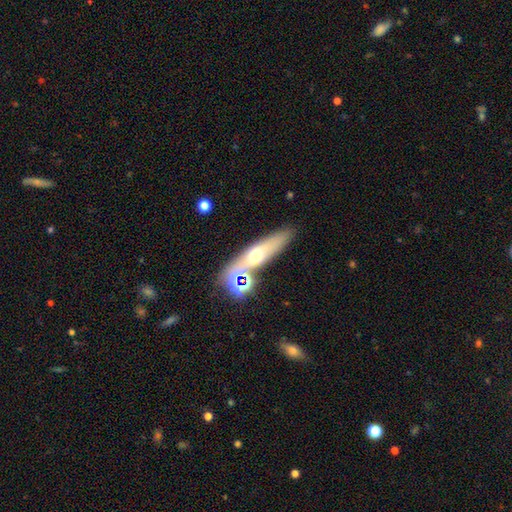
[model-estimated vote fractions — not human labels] smooth 46%, featured or disk 42%, star or artifact 13%. Down the decision tree: merging — none (73%).